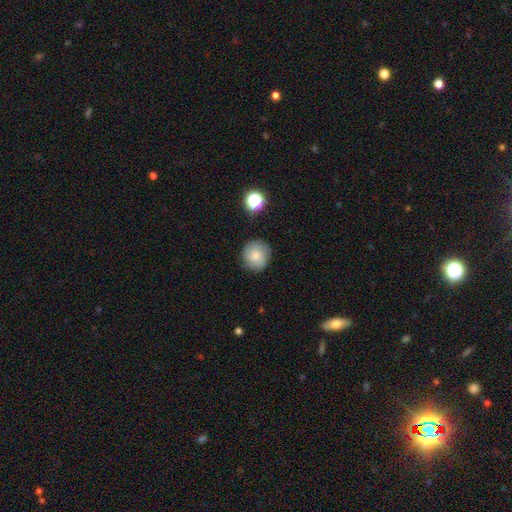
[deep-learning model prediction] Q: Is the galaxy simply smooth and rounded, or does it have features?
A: smooth — 74%.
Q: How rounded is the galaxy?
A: round — 91%.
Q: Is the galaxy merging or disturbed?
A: none — 81%.